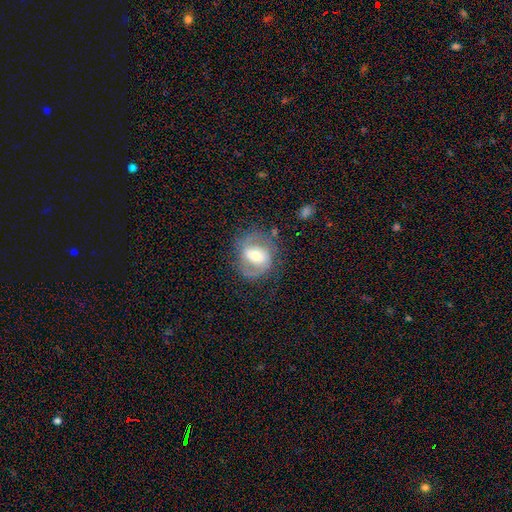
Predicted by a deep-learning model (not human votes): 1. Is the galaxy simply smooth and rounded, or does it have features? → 75% featured or disk, 18% smooth, 7% star or artifact.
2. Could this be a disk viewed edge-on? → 97% no, 3% yes.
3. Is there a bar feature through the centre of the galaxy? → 43% weak, 33% strong, 24% no.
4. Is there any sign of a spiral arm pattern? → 86% yes, 14% no.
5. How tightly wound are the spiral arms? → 49% medium, 30% tight, 20% loose.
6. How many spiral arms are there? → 81% 2, 9% can't tell, 5% 1, 2% 3, 1% 4, 1% more than 4.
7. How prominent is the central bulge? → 60% moderate, 29% small, 9% large, 1% dominant, 1% none.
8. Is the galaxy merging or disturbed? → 71% none, 16% minor disturbance, 10% major disturbance, 2% merger.